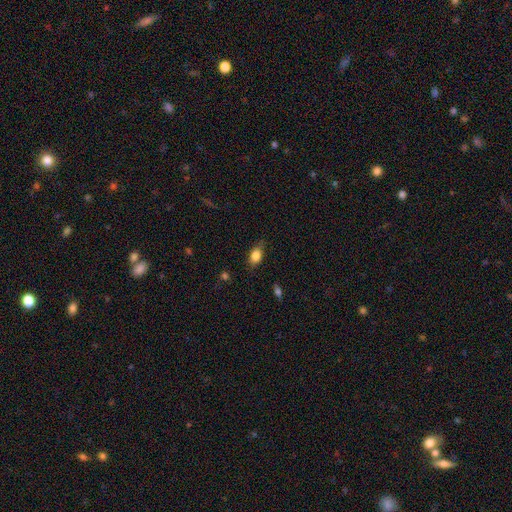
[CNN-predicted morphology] smooth-or-featured: smooth: 83% | featured or disk: 9% | star or artifact: 9%
  how-rounded: in between: 82% | round: 14% | cigar-shaped: 4%
  merging: none: 73% | minor disturbance: 21% | major disturbance: 4% | merger: 1%